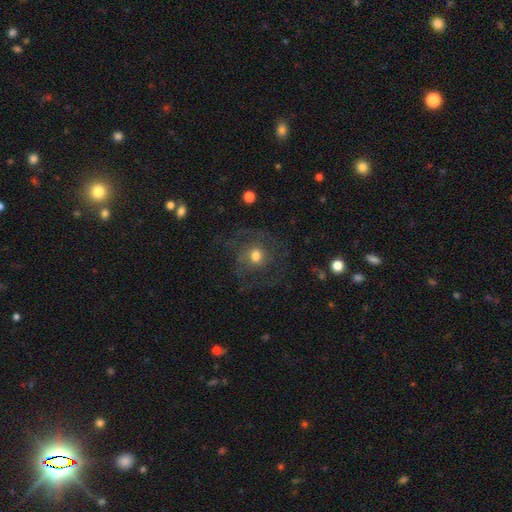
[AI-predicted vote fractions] Smooth or featured: featured or disk — 59% (smooth — 30%)
Edge-on disk: no — 97% (yes — 3%)
Bar: no — 71% (weak — 24%)
Spiral arms: yes — 74% (no — 26%)
Bulge size: moderate — 65% (small — 24%)
Merging: none — 60% (major disturbance — 22%)